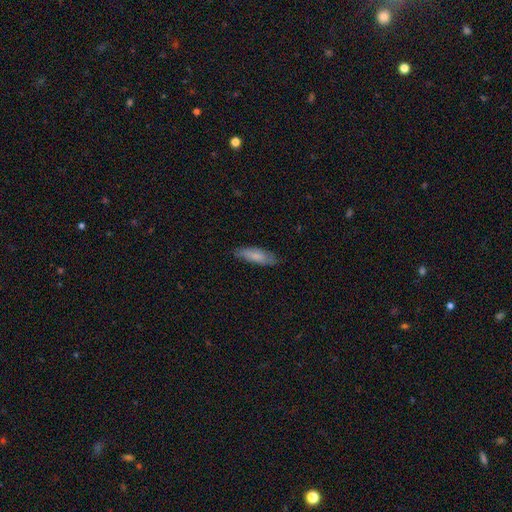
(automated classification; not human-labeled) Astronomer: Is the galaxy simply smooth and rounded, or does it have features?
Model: smooth — 74%.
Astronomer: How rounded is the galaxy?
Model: in between — 54% (runner-up: cigar-shaped, 45%).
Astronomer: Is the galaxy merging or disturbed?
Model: none — 79%.